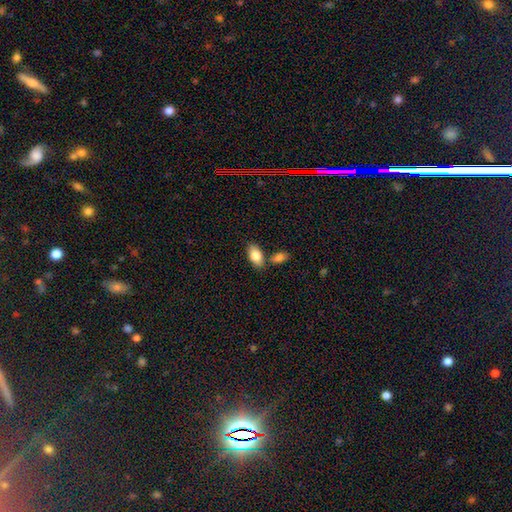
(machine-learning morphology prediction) Q: Smooth or featured?
A: smooth (83%); runner-up: featured or disk (11%)
Q: How rounded?
A: in between (92%); runner-up: round (4%)
Q: Merging?
A: none (69%); runner-up: merger (17%)